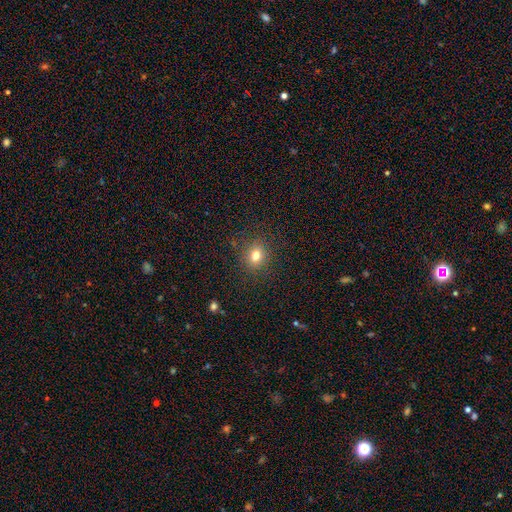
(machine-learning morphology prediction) This is likely a smooth galaxy (77%). How rounded: likely round (69%). Merging: clearly none (87%).